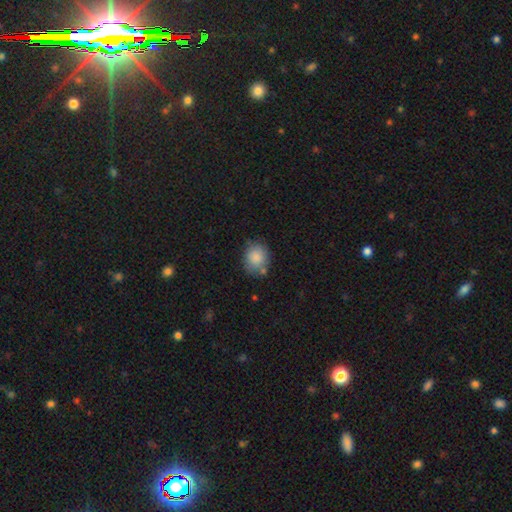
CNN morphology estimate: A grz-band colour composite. It shows a smooth galaxy with no disk features (85%) that is round (68%). Merging: none (70%).